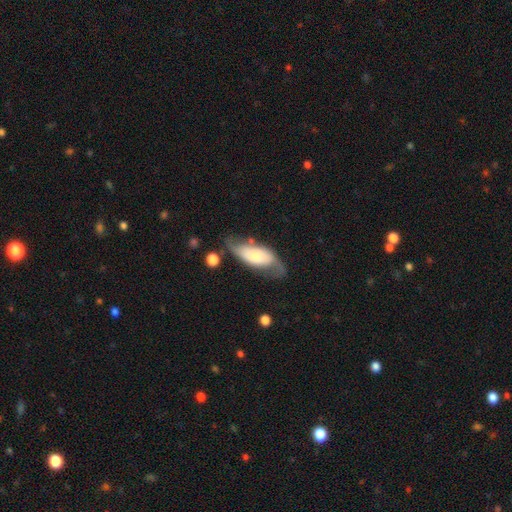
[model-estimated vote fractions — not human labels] Overall: featured or disk (50%; smooth 44%). Merging: none (49%; minor disturbance 29%).